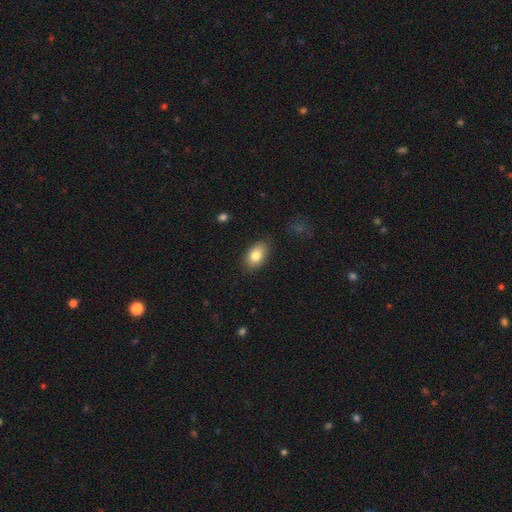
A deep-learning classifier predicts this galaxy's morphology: Q: Smooth or featured?
A: smooth (82%); runner-up: featured or disk (11%)
Q: How rounded?
A: in between (90%); runner-up: round (9%)
Q: Merging?
A: none (84%); runner-up: minor disturbance (12%)